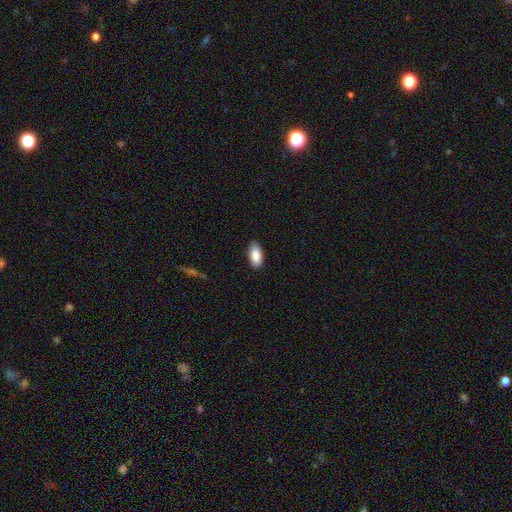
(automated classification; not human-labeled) This is clearly a smooth galaxy (88%). How rounded: clearly in between (91%). Merging: clearly none (85%).